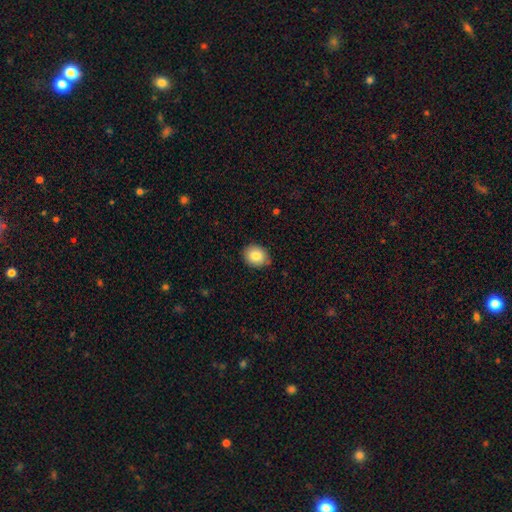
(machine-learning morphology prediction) smooth-or-featured: smooth: 84% | star or artifact: 8% | featured or disk: 8%
  how-rounded: round: 65% | in between: 35% | cigar-shaped: 1%
  merging: none: 81% | minor disturbance: 15% | major disturbance: 2% | merger: 1%